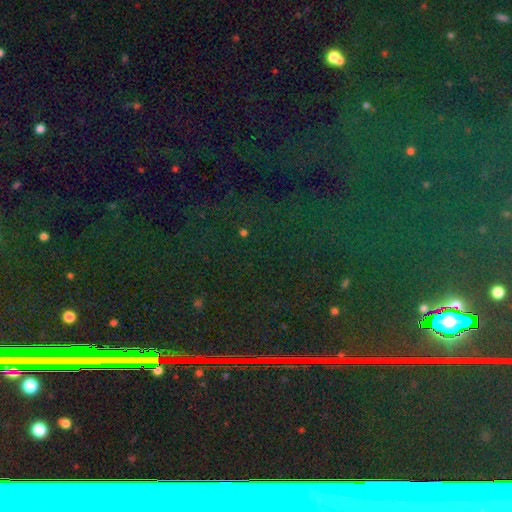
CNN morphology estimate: A star or artifact, not a galaxy (84%).